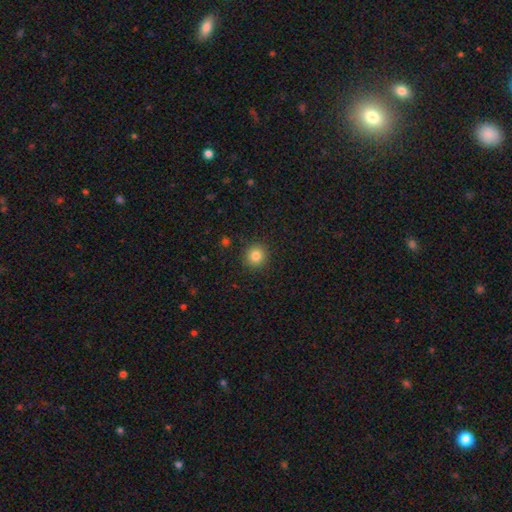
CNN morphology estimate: The model was most divided on "smooth or featured": smooth: 84%, star or artifact: 11%, featured or disk: 5%. More confident: how rounded — round (91%); merging — none (91%).